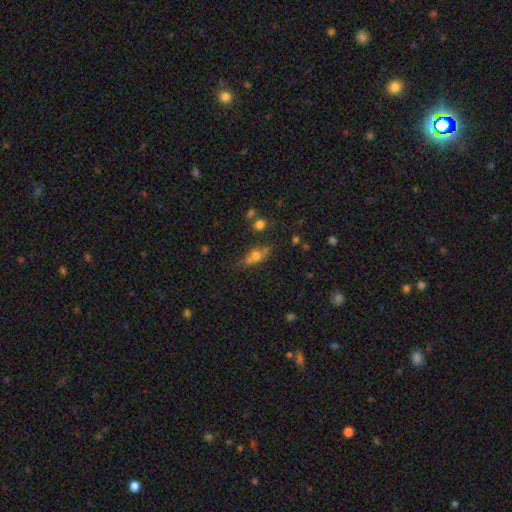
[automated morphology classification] The model was most divided on "smooth or featured": smooth: 57%, featured or disk: 29%, star or artifact: 13%. More confident: how rounded — in between (59%); merging — none (59%).